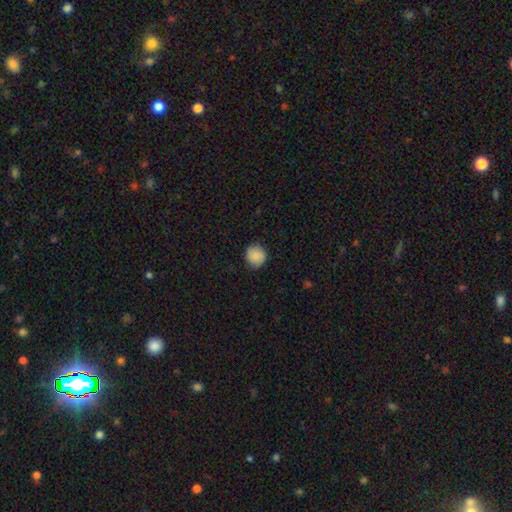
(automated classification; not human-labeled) Smooth or featured?
  - smooth: 87% *
  - star or artifact: 8%
  - featured or disk: 6%
How rounded?
  - round: 90% *
  - in between: 9%
  - cigar-shaped: 1%
Merging?
  - none: 87% *
  - minor disturbance: 10%
  - major disturbance: 2%
  - merger: 1%